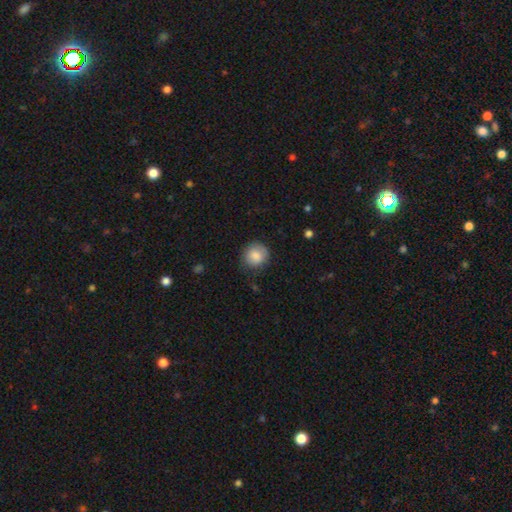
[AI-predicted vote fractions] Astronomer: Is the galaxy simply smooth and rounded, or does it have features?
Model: smooth — 84%.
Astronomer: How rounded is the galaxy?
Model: round — 85%.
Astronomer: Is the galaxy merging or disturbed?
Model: none — 76%.